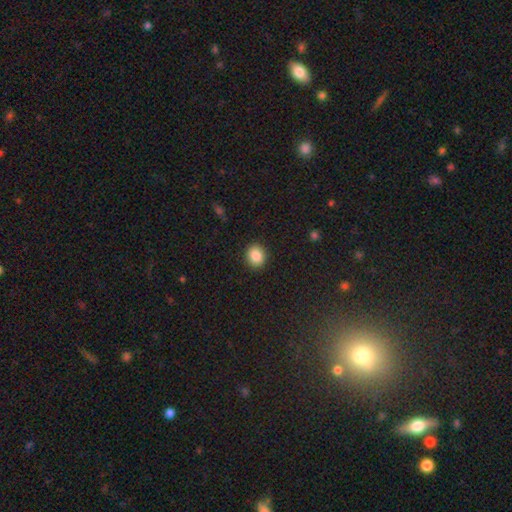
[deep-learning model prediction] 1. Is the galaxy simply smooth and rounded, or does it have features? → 87% smooth, 9% star or artifact, 4% featured or disk.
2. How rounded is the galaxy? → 68% round, 31% in between, 1% cigar-shaped.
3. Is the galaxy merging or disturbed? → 90% none, 6% minor disturbance, 2% major disturbance, 1% merger.